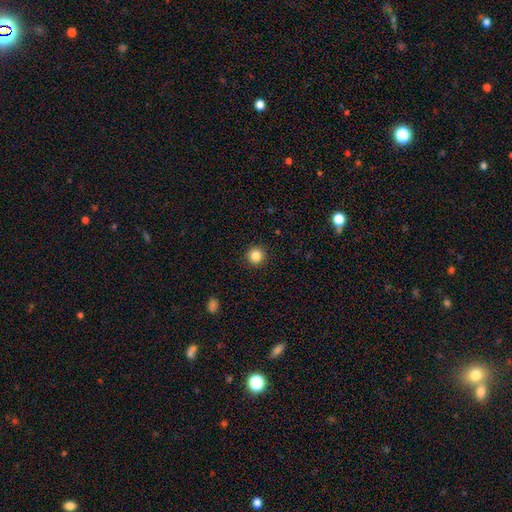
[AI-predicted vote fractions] smooth-or-featured: smooth: 85% | star or artifact: 11% | featured or disk: 4%
  how-rounded: round: 95% | in between: 4% | cigar-shaped: 1%
  merging: none: 92% | minor disturbance: 5% | major disturbance: 2% | merger: 1%